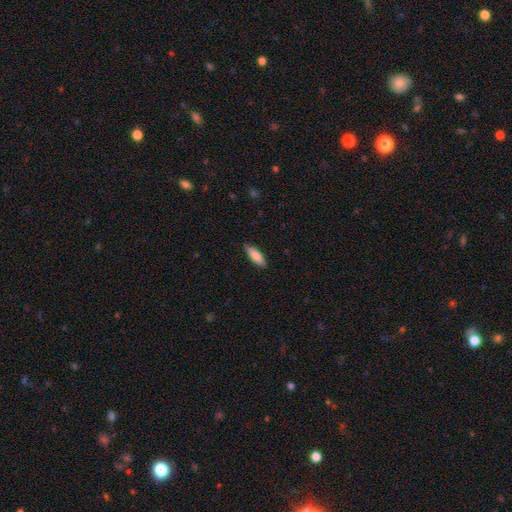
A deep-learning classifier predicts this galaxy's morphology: Smooth or featured? smooth (82%)
How rounded? in between (56%)
Merging? none (86%)